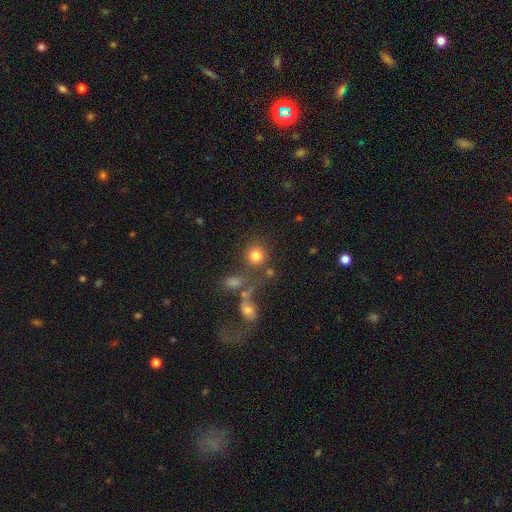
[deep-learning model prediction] Smooth or featured? smooth (79%)
How rounded? round (88%)
Merging? none (64%)